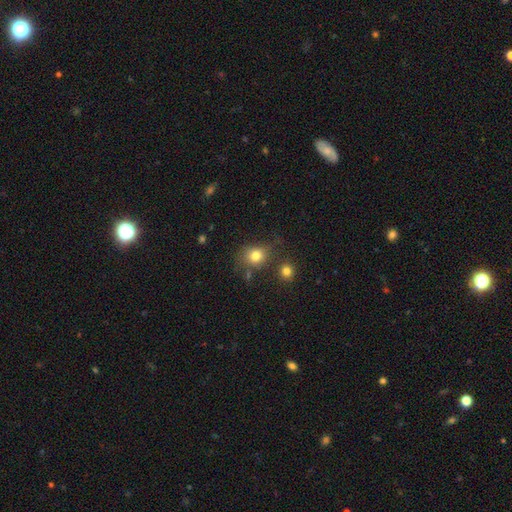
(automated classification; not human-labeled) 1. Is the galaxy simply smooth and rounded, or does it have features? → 79% smooth, 13% star or artifact, 8% featured or disk.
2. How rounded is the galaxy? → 65% round, 34% in between, 1% cigar-shaped.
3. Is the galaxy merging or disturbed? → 67% none, 18% minor disturbance, 9% merger, 7% major disturbance.